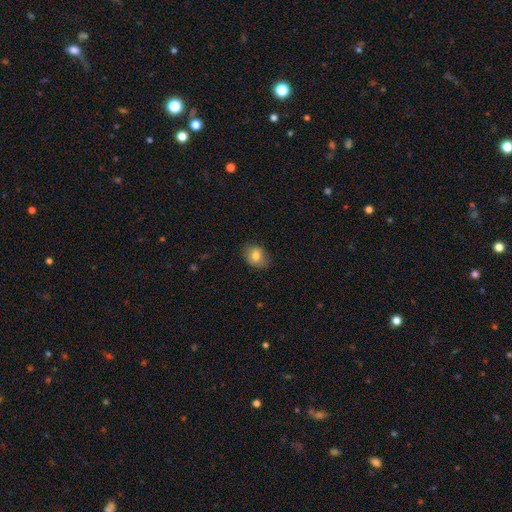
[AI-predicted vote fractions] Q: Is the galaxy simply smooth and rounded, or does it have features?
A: smooth — 79%.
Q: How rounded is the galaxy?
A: in between — 61%.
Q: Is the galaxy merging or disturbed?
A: none — 80%.